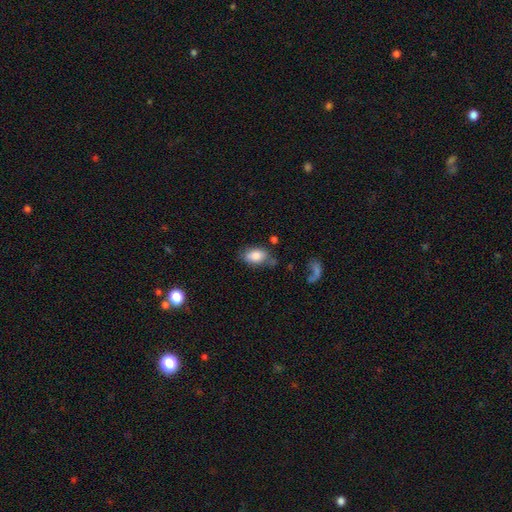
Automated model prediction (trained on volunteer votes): Smooth or featured?
  - smooth: 84% *
  - featured or disk: 9%
  - star or artifact: 7%
How rounded?
  - in between: 89% *
  - round: 9%
  - cigar-shaped: 2%
Merging?
  - none: 64% *
  - minor disturbance: 22%
  - major disturbance: 8%
  - merger: 6%